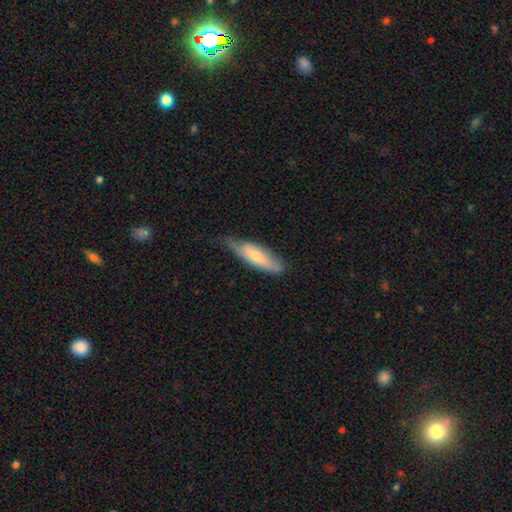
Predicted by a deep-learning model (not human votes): Smooth or featured? smooth (65%)
How rounded? cigar-shaped (50%)
Merging? none (52%)